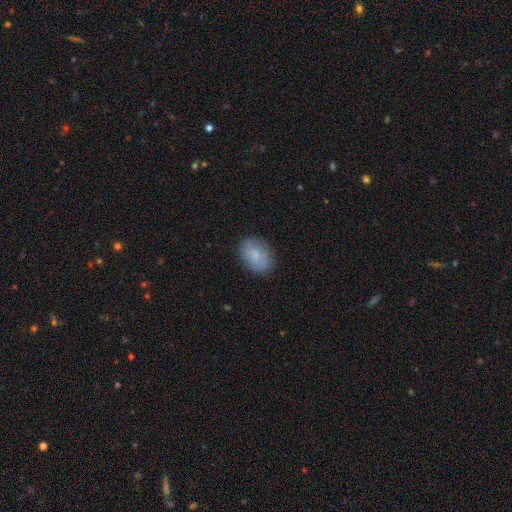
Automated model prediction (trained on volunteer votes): This is likely a smooth galaxy (78%). How rounded: likely in between (76%). Merging: clearly none (82%).